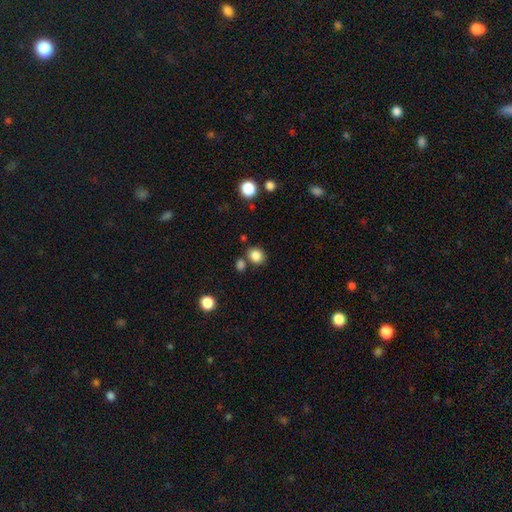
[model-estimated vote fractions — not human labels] This is clearly a smooth galaxy (85%). How rounded: likely round (64%). Merging: likely none (74%).